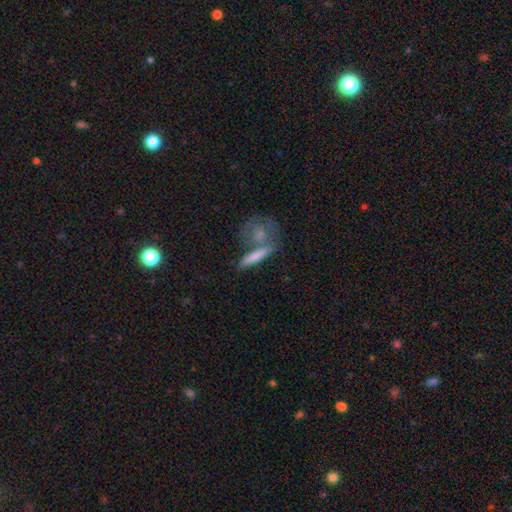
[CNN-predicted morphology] Smooth or featured?
  - smooth: 69% *
  - featured or disk: 24%
  - star or artifact: 7%
How rounded?
  - cigar-shaped: 66% *
  - in between: 22%
  - round: 12%
Merging?
  - none: 56% *
  - merger: 26%
  - minor disturbance: 12%
  - major disturbance: 6%